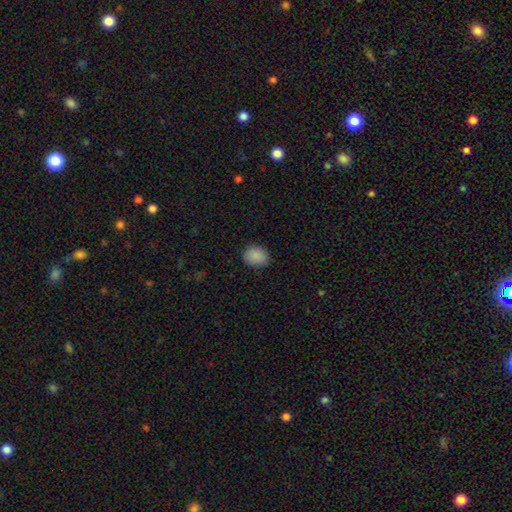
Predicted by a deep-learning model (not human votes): Smooth or featured? Predicted: smooth (p=0.88). How rounded? Predicted: round (p=0.53). Merging? Predicted: none (p=0.86).